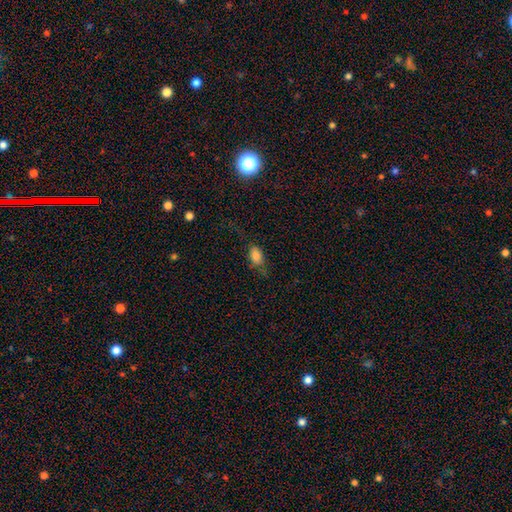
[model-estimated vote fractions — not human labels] Morphology: type=smooth (80%); roundness=in between (88%); merging=none (51%).